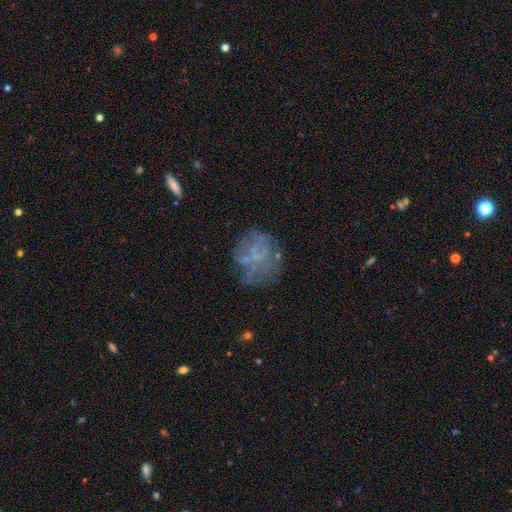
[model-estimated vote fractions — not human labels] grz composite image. It shows a featured or disk galaxy (49%). Merging: none (58%).